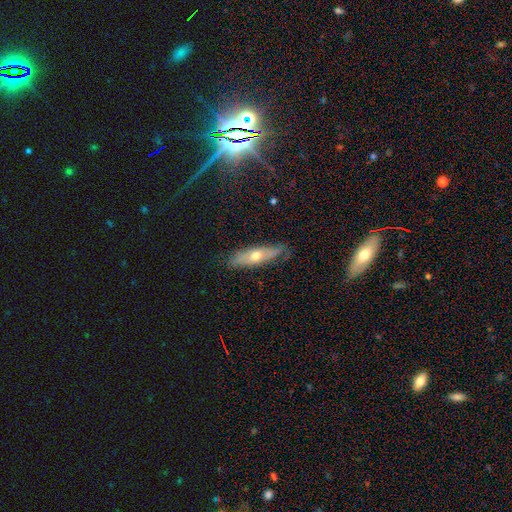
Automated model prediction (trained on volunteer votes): Morphology: type=featured or disk (51%); edge-on=yes (65%); merging=none (80%).